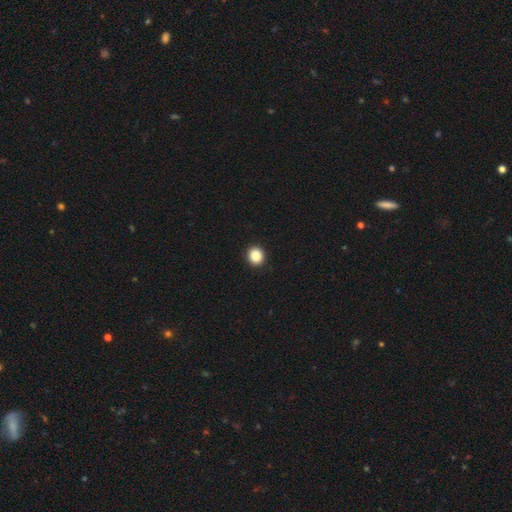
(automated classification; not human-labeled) Overall: smooth (88%). How rounded: round (87%). Merging: none (93%).